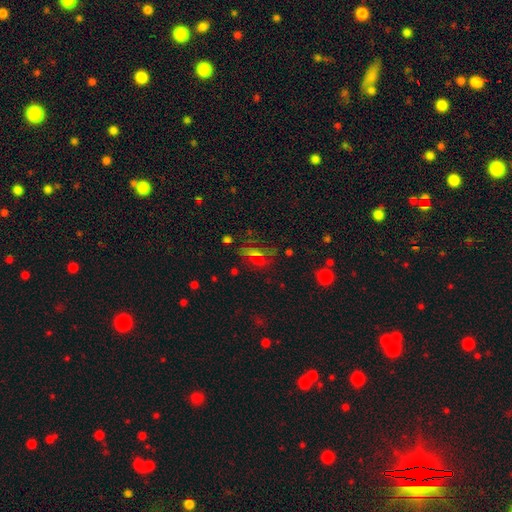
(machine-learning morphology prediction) smooth_or_featured: star or artifact (p=0.44) [alt: smooth p=0.41]